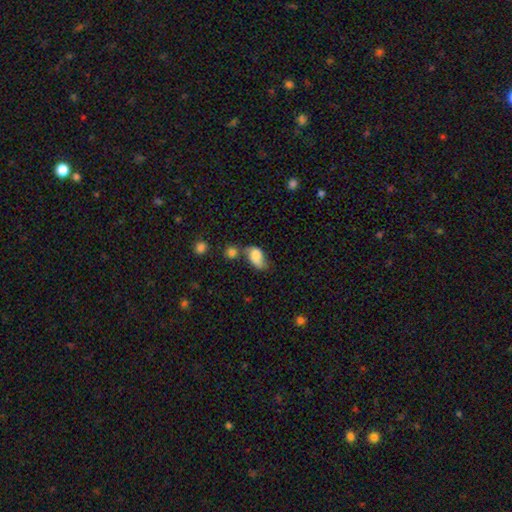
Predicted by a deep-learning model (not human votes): Smooth or featured?
  - smooth: 75% *
  - featured or disk: 16%
  - star or artifact: 9%
How rounded?
  - in between: 86% *
  - round: 11%
  - cigar-shaped: 2%
Merging?
  - none: 30% *
  - minor disturbance: 27%
  - merger: 26%
  - major disturbance: 17%